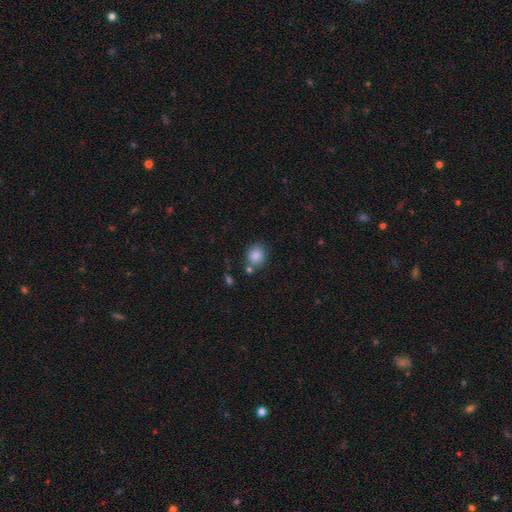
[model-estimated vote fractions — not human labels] smooth-or-featured: smooth: 86% | star or artifact: 9% | featured or disk: 5%
  how-rounded: round: 69% | in between: 30% | cigar-shaped: 1%
  merging: none: 71% | minor disturbance: 14% | merger: 11% | major disturbance: 4%